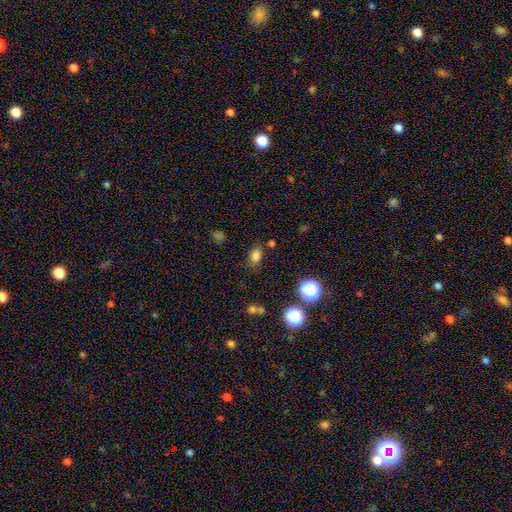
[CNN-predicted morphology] This is likely a smooth galaxy (78%). How rounded: likely in between (76%). Merging: likely none (77%).